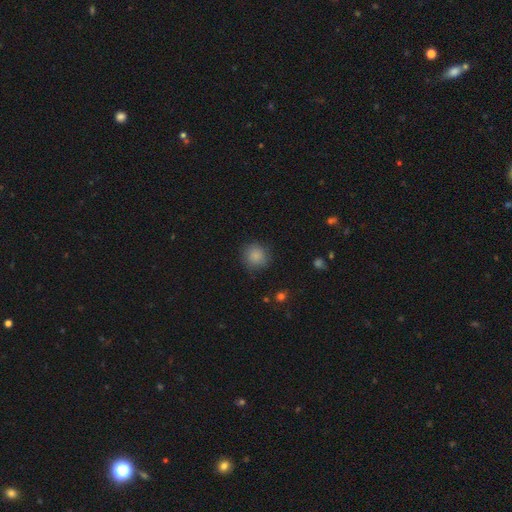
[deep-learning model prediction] Smooth or featured? Predicted: smooth (p=0.86). How rounded? Predicted: round (p=0.90). Merging? Predicted: none (p=0.83).